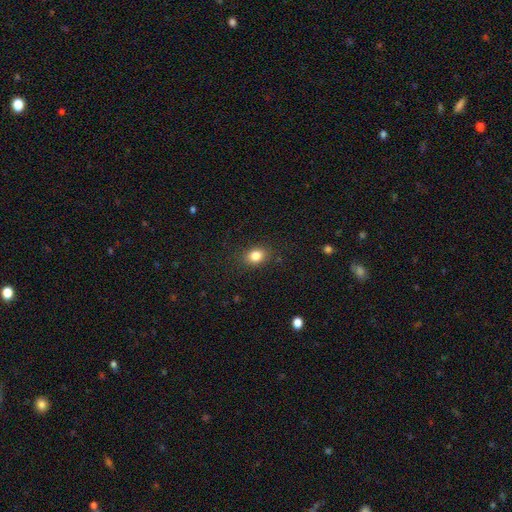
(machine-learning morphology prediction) Smooth or featured?
  - smooth: 83% *
  - star or artifact: 10%
  - featured or disk: 6%
How rounded?
  - in between: 60% *
  - round: 39%
  - cigar-shaped: 1%
Merging?
  - none: 85% *
  - minor disturbance: 11%
  - major disturbance: 3%
  - merger: 1%